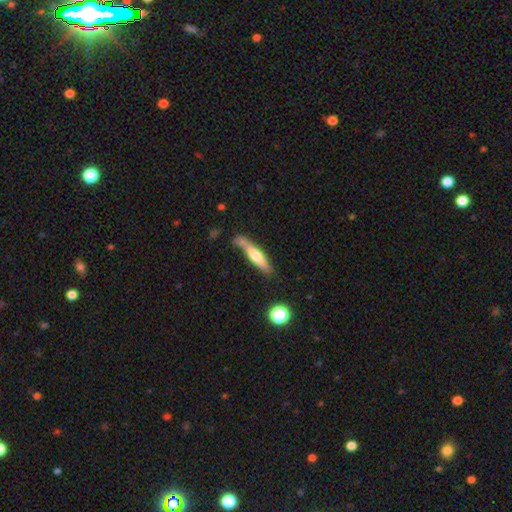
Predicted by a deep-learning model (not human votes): A smooth galaxy with no disk features (57%) that is cigar-shaped (81%). Merging: none (57%).